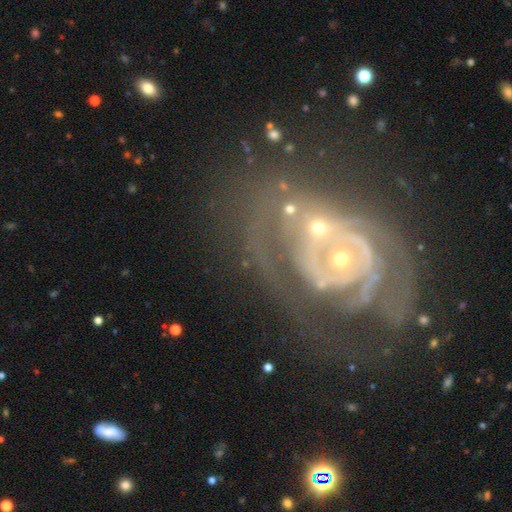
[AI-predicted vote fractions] A featured or disk galaxy (83%) with no bar (74%), tight (62%) spiral arms (77%) and a small central bulge (71%). Merging: none (41%).